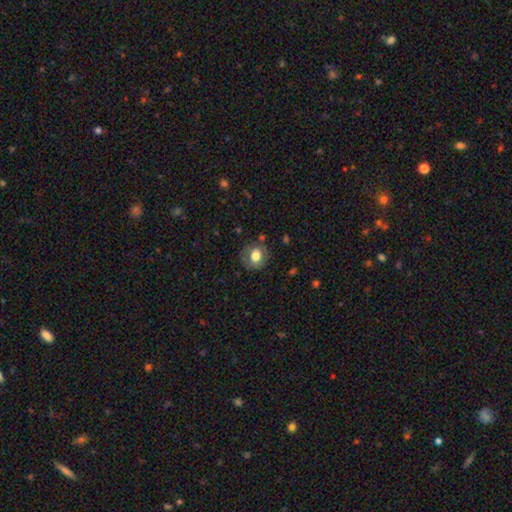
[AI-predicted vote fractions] This is likely a smooth galaxy (75%). How rounded: likely round (73%). Merging: likely none (78%).